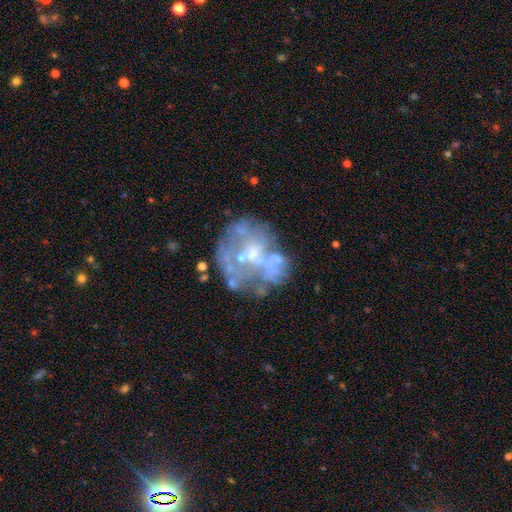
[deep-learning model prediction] Smooth or featured? featured or disk (68%)
Edge-on disk? no (98%)
Bar? no (81%)
Spiral arms? no (84%)
Bulge size? small (42%)
Merging? none (48%)